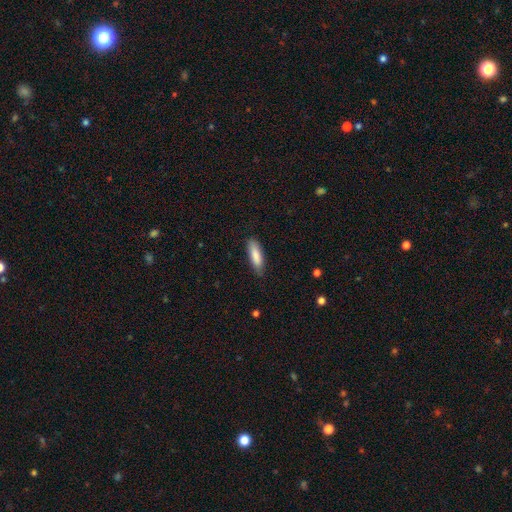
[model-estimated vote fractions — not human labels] A smooth galaxy with no disk features (84%) that is cigar-shaped (53%). Merging: none (81%).